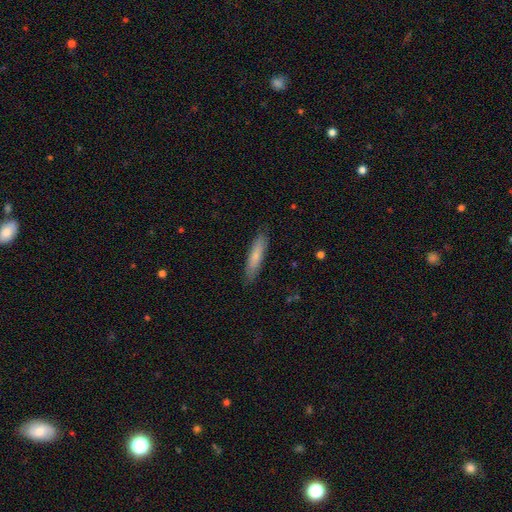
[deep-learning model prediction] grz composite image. It shows a smooth galaxy with no disk features (73%) that is cigar-shaped (81%). Merging: none (86%).